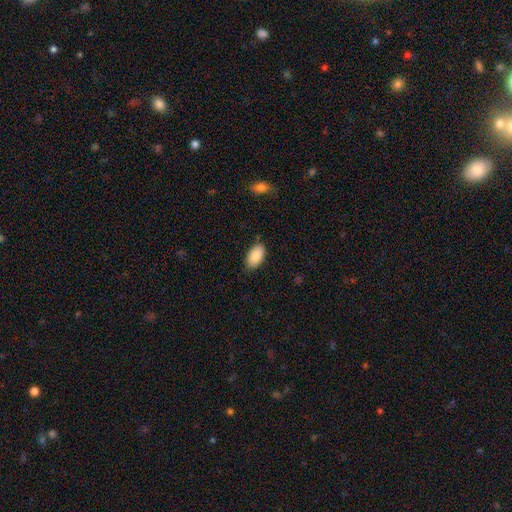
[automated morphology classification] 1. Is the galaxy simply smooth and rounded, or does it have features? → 89% smooth, 6% star or artifact, 4% featured or disk.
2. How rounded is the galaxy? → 95% in between, 3% round, 2% cigar-shaped.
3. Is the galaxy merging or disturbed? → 83% none, 13% minor disturbance, 3% major disturbance, 1% merger.